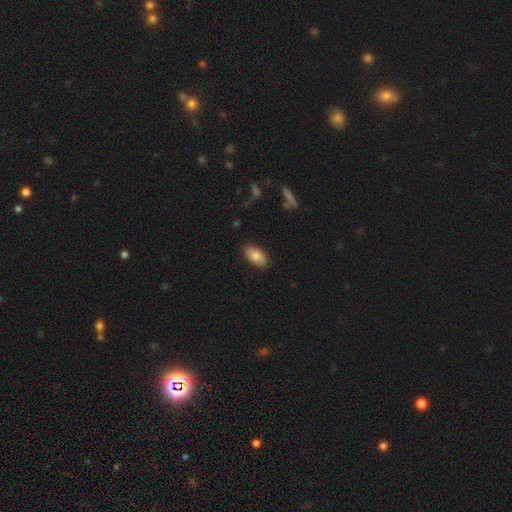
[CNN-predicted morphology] The model was most divided on "smooth or featured": smooth: 78%, featured or disk: 15%, star or artifact: 7%. More confident: how rounded — in between (92%); merging — none (87%).